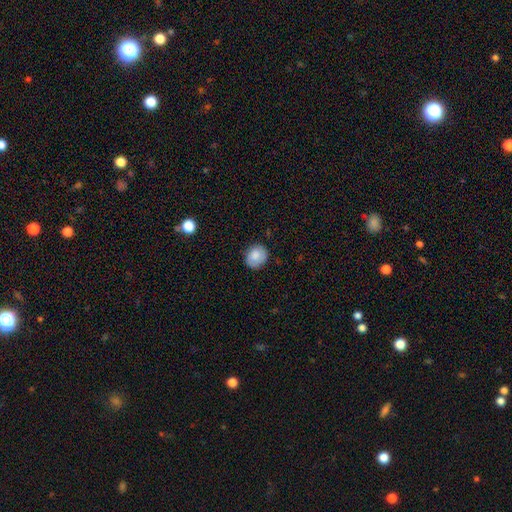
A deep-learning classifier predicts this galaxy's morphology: smooth-or-featured: smooth: 83% | featured or disk: 9% | star or artifact: 8%
  how-rounded: round: 68% | in between: 31% | cigar-shaped: 1%
  merging: none: 81% | minor disturbance: 15% | major disturbance: 3% | merger: 1%